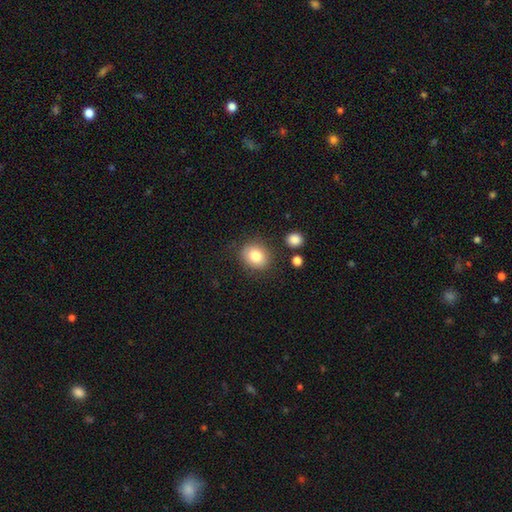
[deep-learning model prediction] smooth_or_featured: smooth (p=0.81) [alt: featured or disk p=0.10]
how_rounded: round (p=0.66) [alt: in between p=0.34]
merging: none (p=0.81) [alt: minor disturbance p=0.12]